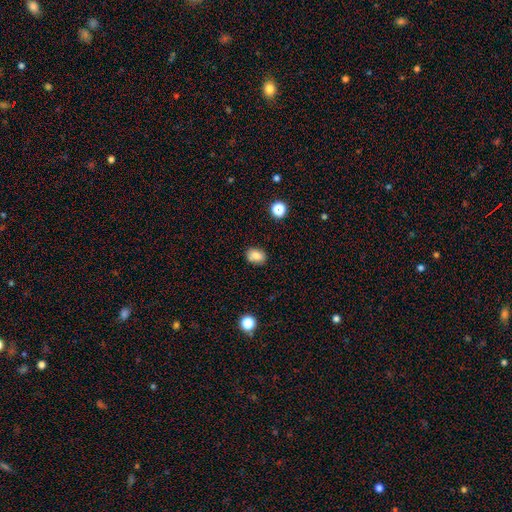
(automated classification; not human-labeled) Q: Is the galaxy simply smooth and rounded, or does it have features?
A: smooth — 80%.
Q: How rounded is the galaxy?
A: in between — 66%.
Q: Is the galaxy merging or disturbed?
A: none — 81%.